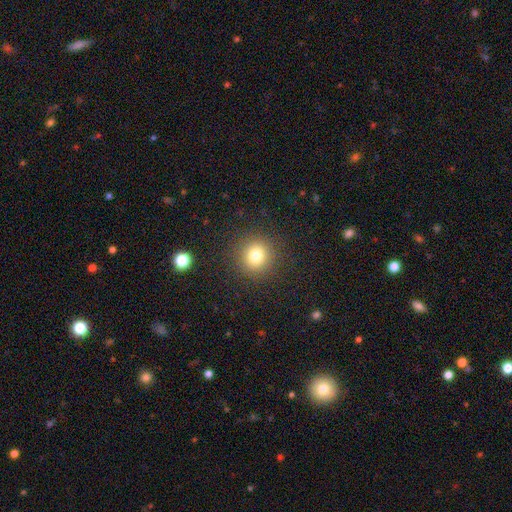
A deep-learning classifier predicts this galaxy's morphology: A smooth galaxy with no disk features (78%) that is round (92%). Merging: none (90%).